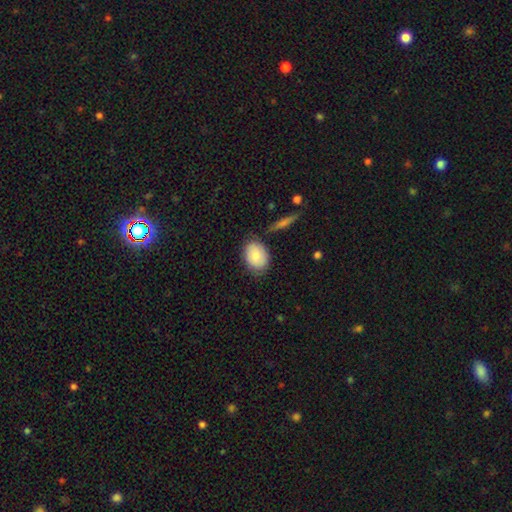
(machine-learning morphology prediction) Smooth or featured? Predicted: smooth (p=0.79). How rounded? Predicted: in between (p=0.70). Merging? Predicted: none (p=0.73).